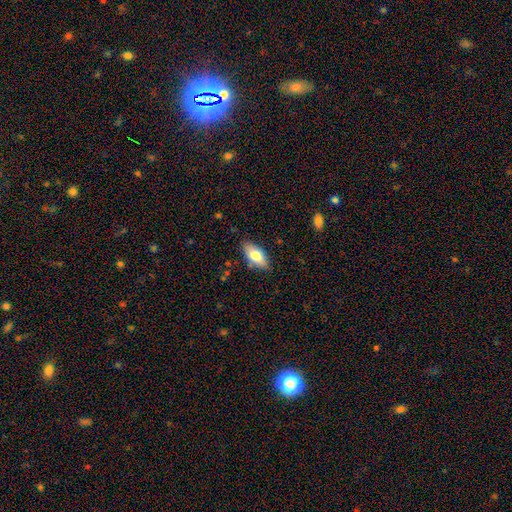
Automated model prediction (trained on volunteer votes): smooth 77%, featured or disk 16%, star or artifact 7%. Down the decision tree: how rounded — in between (89%); merging — none (83%).